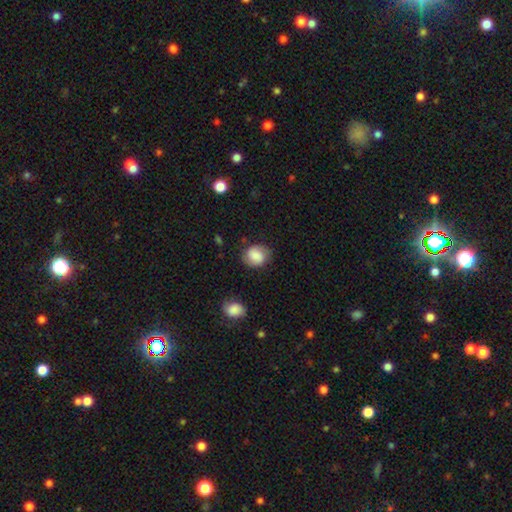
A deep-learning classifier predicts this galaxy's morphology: Smooth or featured: smooth — 73% (featured or disk — 19%)
How rounded: round — 66% (in between — 33%)
Merging: none — 75% (minor disturbance — 18%)